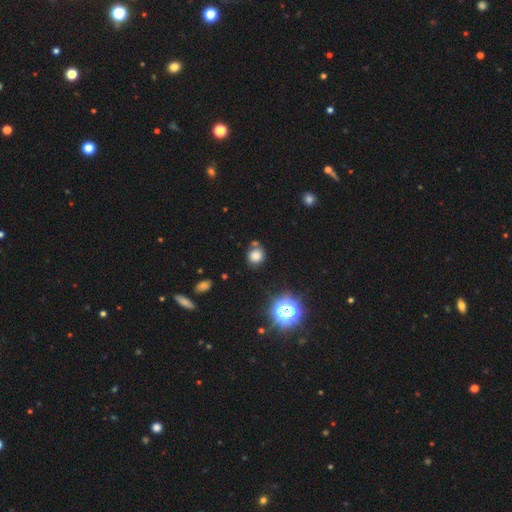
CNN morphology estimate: This appears to be a smooth galaxy with no disk features (75%) that is round (83%). Merging: none (70%).